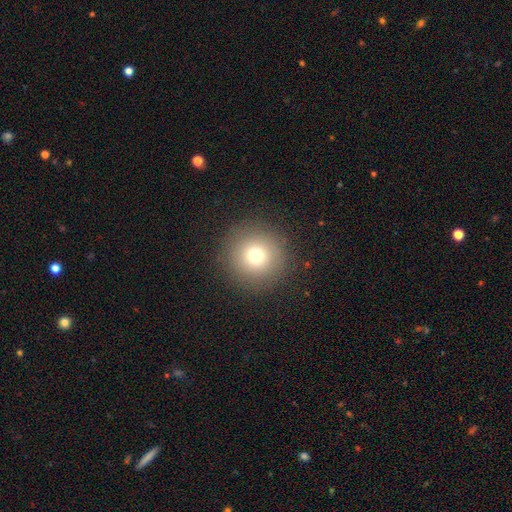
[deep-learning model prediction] Smooth or featured: smooth — 74% (star or artifact — 15%)
How rounded: round — 96% (in between — 3%)
Merging: none — 90% (minor disturbance — 6%)